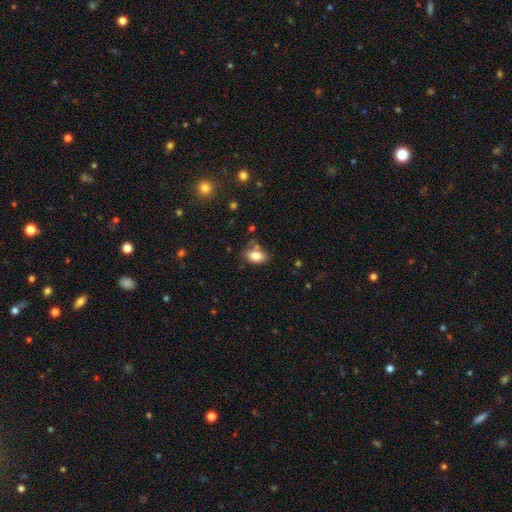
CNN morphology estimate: Smooth or featured? smooth (82%)
How rounded? in between (88%)
Merging? none (64%)